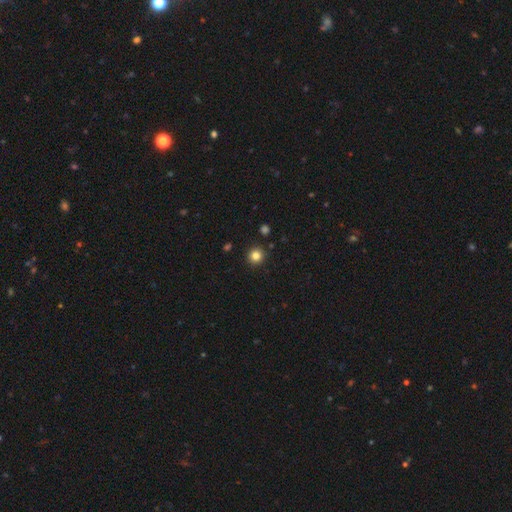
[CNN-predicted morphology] This is clearly a smooth galaxy (83%). How rounded: clearly round (94%). Merging: clearly none (92%).